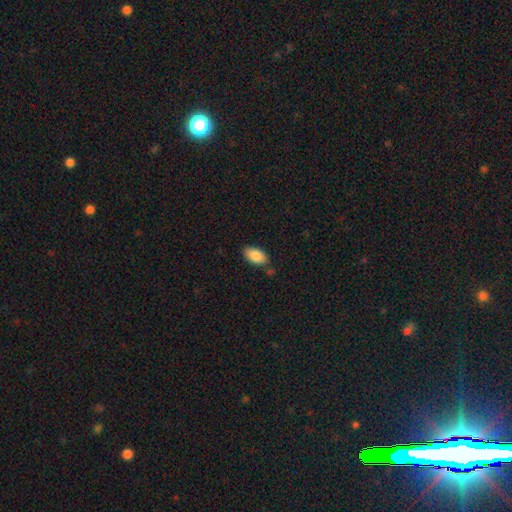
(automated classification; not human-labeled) smooth_or_featured: smooth (p=0.86) [alt: featured or disk p=0.07]
how_rounded: in between (p=0.94) [alt: round p=0.04]
merging: none (p=0.78) [alt: minor disturbance p=0.15]